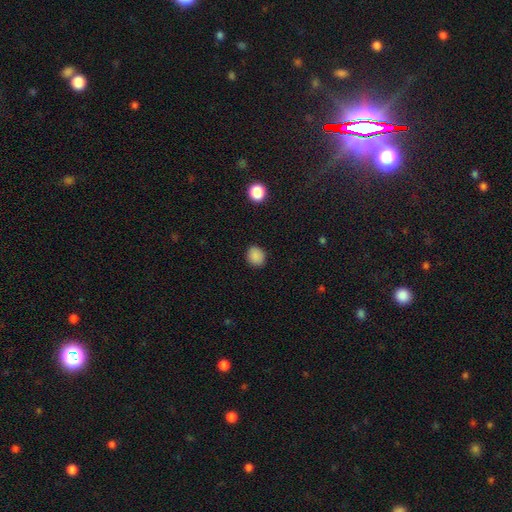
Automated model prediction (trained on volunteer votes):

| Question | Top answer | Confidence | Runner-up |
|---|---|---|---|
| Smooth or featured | smooth | 87% | star or artifact (10%) |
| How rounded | round | 69% | in between (30%) |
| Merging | none | 88% | minor disturbance (8%) |